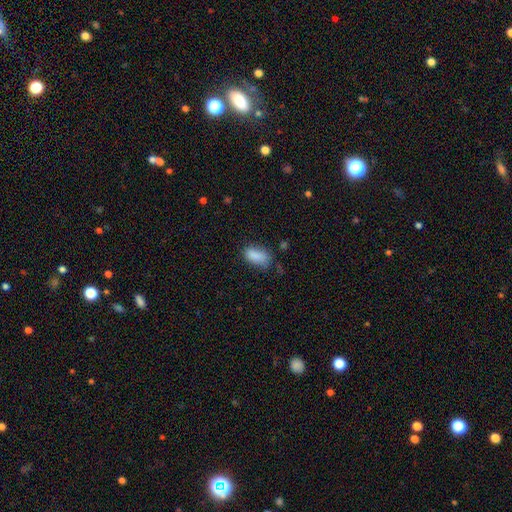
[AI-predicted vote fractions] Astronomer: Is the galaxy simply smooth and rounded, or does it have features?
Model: smooth — 86%.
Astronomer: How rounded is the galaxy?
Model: in between — 91%.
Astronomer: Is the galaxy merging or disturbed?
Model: none — 58%.